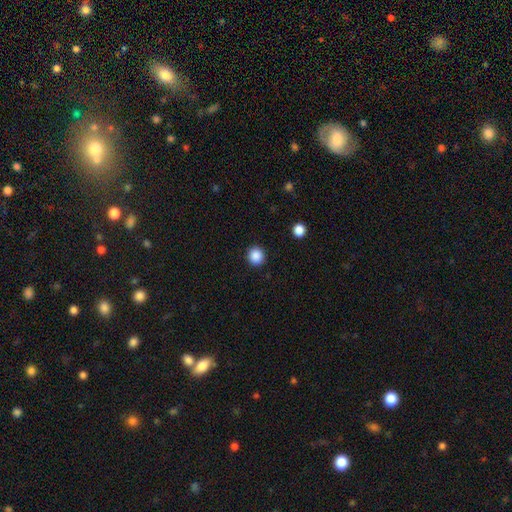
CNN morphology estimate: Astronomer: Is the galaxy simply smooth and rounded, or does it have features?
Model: smooth — 88%.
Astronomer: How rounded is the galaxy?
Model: round — 91%.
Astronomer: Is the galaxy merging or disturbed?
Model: none — 92%.